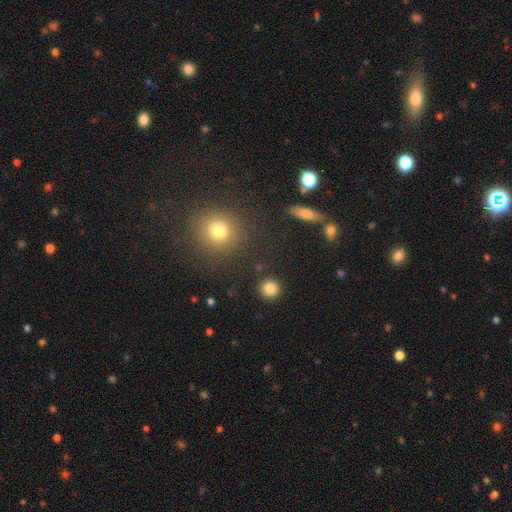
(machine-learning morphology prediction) smooth_or_featured: smooth (p=0.59) [alt: star or artifact p=0.33]
how_rounded: round (p=0.92) [alt: in between p=0.07]
merging: none (p=0.88) [alt: minor disturbance p=0.06]